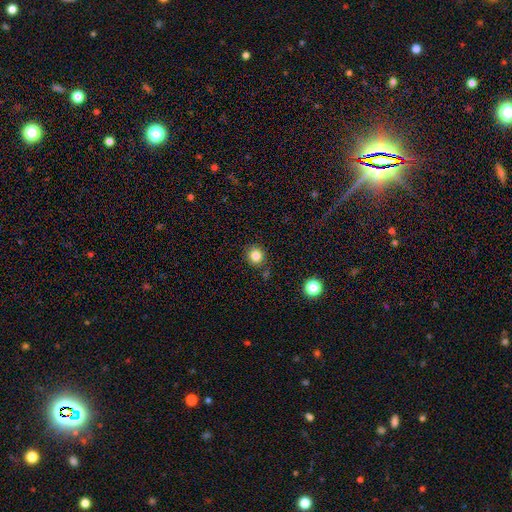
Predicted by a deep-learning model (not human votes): Smooth or featured?
  - smooth: 83% *
  - star or artifact: 12%
  - featured or disk: 5%
How rounded?
  - round: 88% *
  - in between: 11%
  - cigar-shaped: 1%
Merging?
  - none: 84% *
  - minor disturbance: 10%
  - merger: 4%
  - major disturbance: 3%